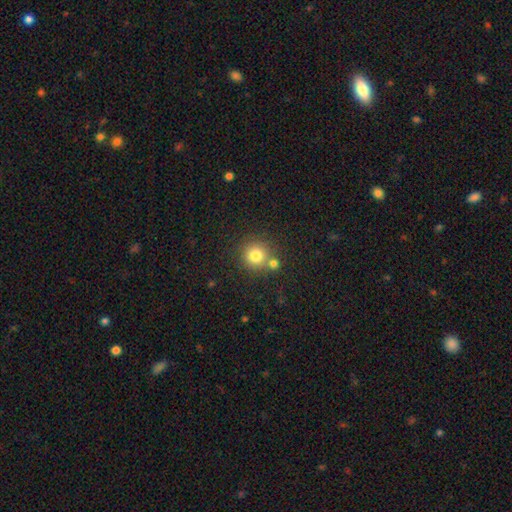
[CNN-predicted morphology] Overall: smooth (79%). How rounded: round (92%). Merging: none (66%).